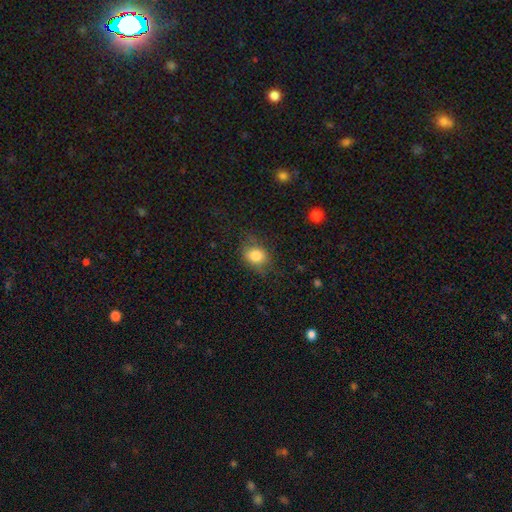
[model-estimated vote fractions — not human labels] Smooth or featured: smooth — 81% (featured or disk — 10%)
How rounded: in between — 57% (round — 42%)
Merging: none — 66% (minor disturbance — 23%)